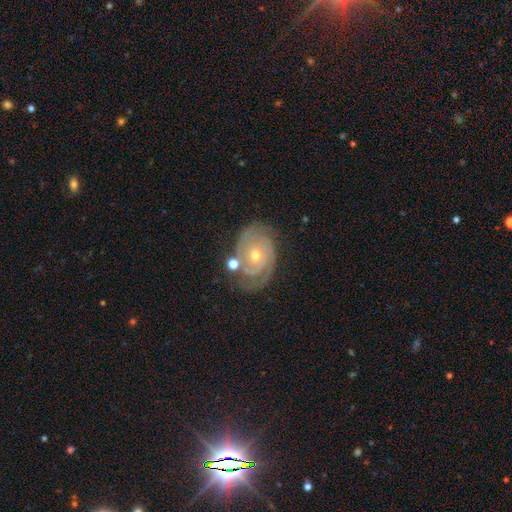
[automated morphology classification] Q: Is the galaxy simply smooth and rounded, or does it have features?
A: featured or disk — 87%.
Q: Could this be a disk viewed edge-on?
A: no — 97%.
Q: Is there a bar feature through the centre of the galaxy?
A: no — 76%.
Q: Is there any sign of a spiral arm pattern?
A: yes — 96%.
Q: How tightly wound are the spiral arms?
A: tight — 77%.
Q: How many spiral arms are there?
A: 2 — 51%.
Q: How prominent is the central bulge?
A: moderate — 49%.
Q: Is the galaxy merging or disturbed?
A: none — 69%.